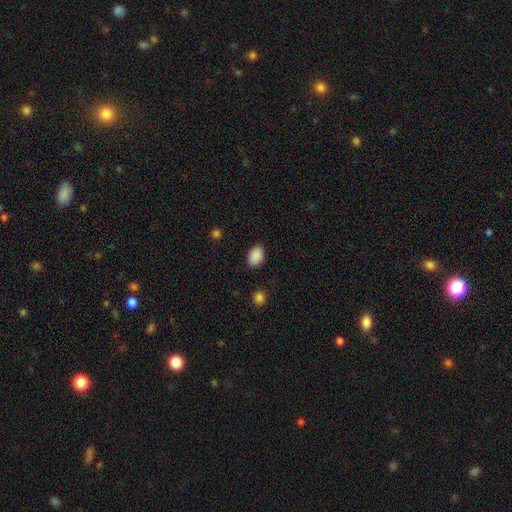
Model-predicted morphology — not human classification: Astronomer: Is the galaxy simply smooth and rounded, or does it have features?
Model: smooth — 90%.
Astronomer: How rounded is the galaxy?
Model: in between — 83%.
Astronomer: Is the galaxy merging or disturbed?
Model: none — 87%.